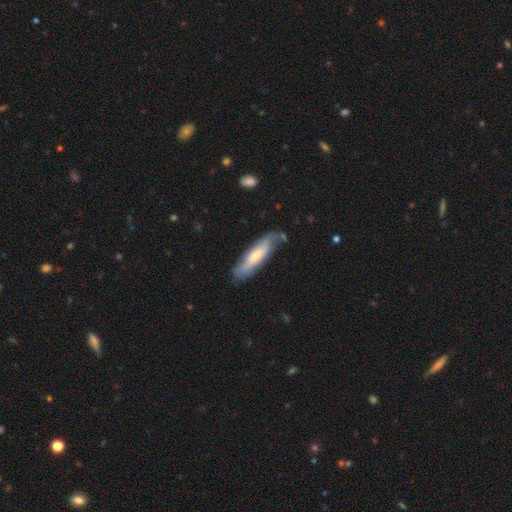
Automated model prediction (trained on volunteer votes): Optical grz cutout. It shows a smooth galaxy with no disk features (53%) that is cigar-shaped (71%). Merging: none (66%).